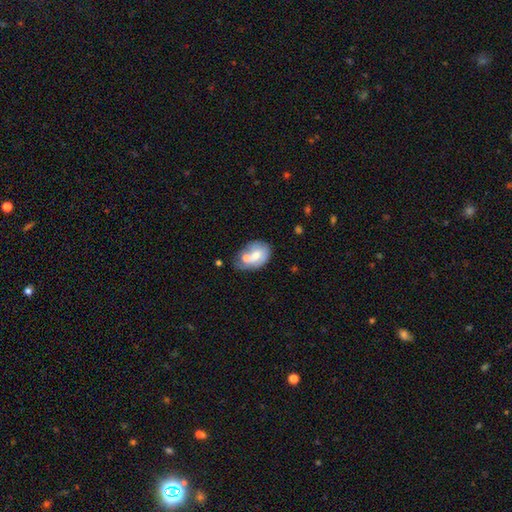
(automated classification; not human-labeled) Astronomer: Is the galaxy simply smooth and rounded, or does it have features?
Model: smooth — 59% (runner-up: featured or disk, 34%).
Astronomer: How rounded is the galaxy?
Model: in between — 76%.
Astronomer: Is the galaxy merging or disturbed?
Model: merger — 48% (runner-up: none, 28%).